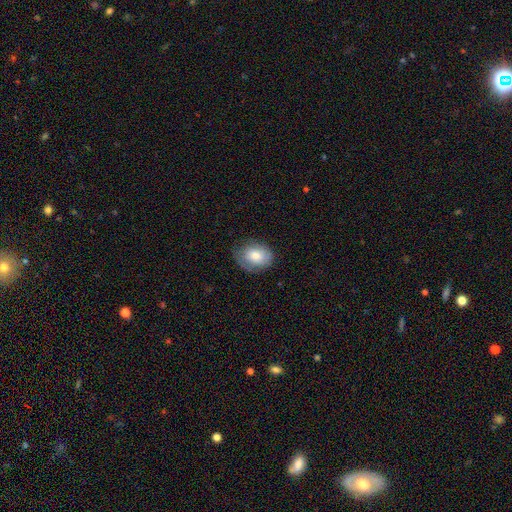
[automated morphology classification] Smooth or featured? Predicted: smooth (p=0.70). How rounded? Predicted: in between (p=0.63). Merging? Predicted: none (p=0.71).